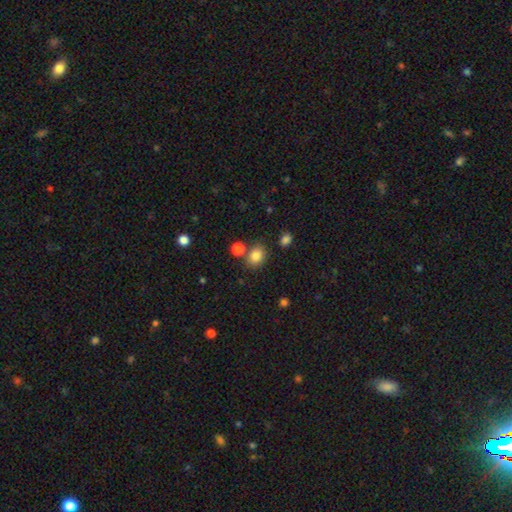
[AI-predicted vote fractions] Q: Smooth or featured?
A: smooth (83%); runner-up: star or artifact (11%)
Q: How rounded?
A: round (53%); runner-up: in between (46%)
Q: Merging?
A: none (72%); runner-up: merger (12%)